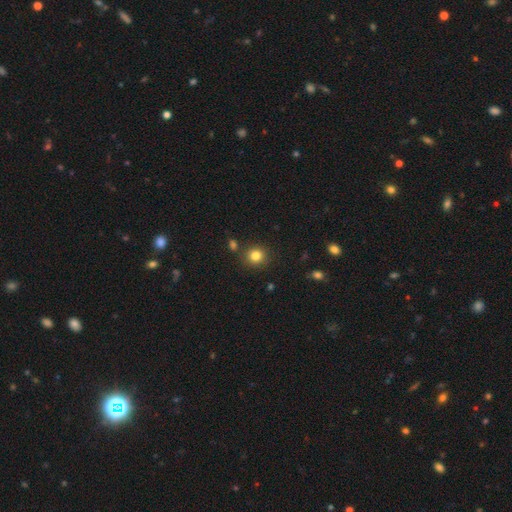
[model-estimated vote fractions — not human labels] smooth 82%, star or artifact 12%, featured or disk 6%. Down the decision tree: how rounded — round (87%); merging — none (84%).